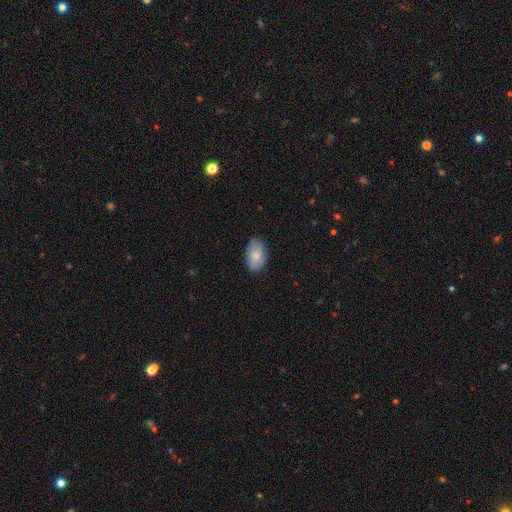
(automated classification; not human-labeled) This is likely a smooth galaxy (78%). How rounded: clearly in between (92%). Merging: clearly none (80%).